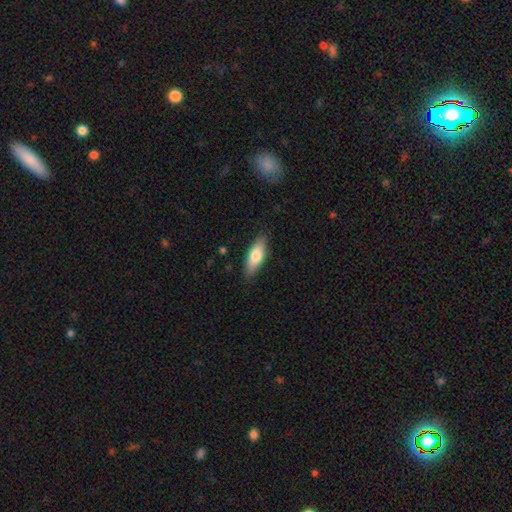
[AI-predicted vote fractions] A smooth galaxy with no disk features (74%) that is in between round and cigar-shaped (69%).

Vote fractions:
- Smooth or featured? smooth: 74% / featured or disk: 20% / star or artifact: 6%
- How rounded? in between: 69% / cigar-shaped: 28% / round: 2%
- Merging? none: 85% / minor disturbance: 12% / major disturbance: 2% / merger: 1%